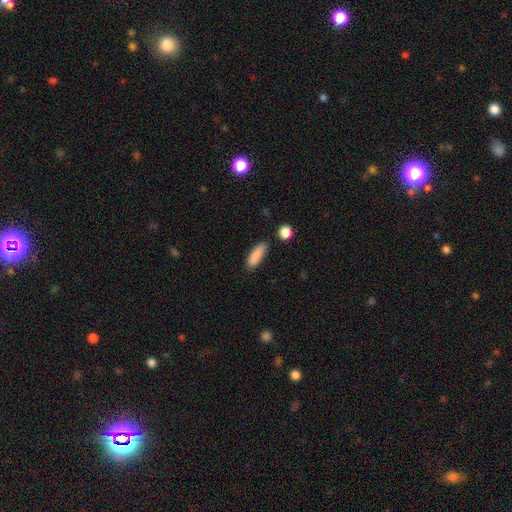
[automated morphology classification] Smooth or featured? Predicted: smooth (p=0.88). How rounded? Predicted: in between (p=0.53). Merging? Predicted: none (p=0.81).